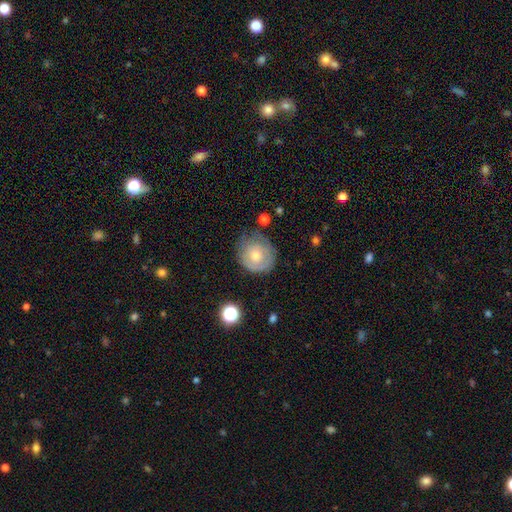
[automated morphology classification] smooth 58%, featured or disk 34%, star or artifact 8%. Down the decision tree: how rounded — round (83%); merging — none (59%).